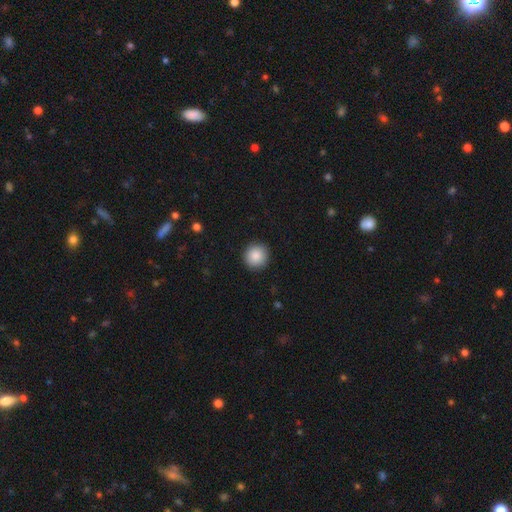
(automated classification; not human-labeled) Smooth or featured? Predicted: smooth (p=0.88). How rounded? Predicted: round (p=0.93). Merging? Predicted: none (p=0.92).